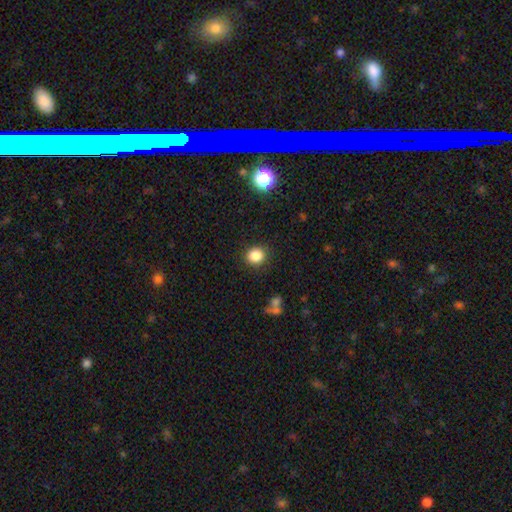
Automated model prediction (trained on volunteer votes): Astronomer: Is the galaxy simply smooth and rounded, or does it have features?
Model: smooth — 85%.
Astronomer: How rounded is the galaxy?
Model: round — 81%.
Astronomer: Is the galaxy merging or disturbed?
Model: none — 88%.